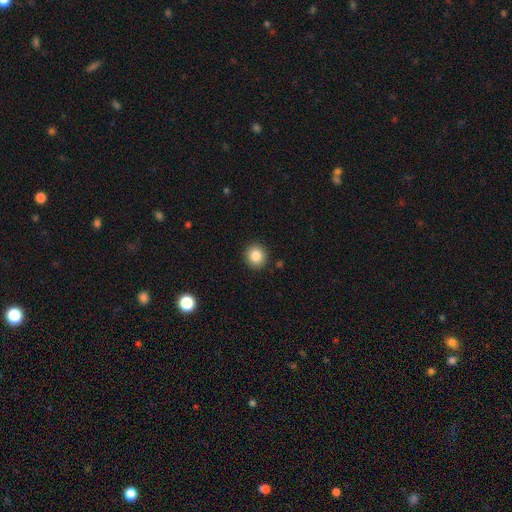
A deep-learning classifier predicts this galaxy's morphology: smooth-or-featured: smooth: 85% | star or artifact: 10% | featured or disk: 5%
  how-rounded: round: 87% | in between: 12% | cigar-shaped: 1%
  merging: none: 91% | minor disturbance: 6% | major disturbance: 2% | merger: 1%